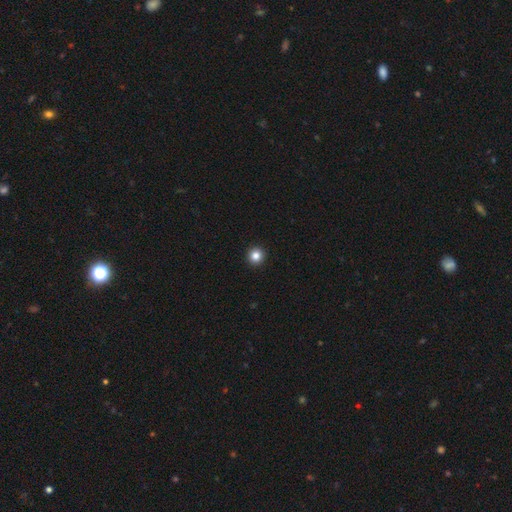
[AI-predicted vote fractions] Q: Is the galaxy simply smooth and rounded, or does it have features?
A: smooth — 84%.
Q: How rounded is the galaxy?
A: round — 96%.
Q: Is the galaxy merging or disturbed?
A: none — 94%.